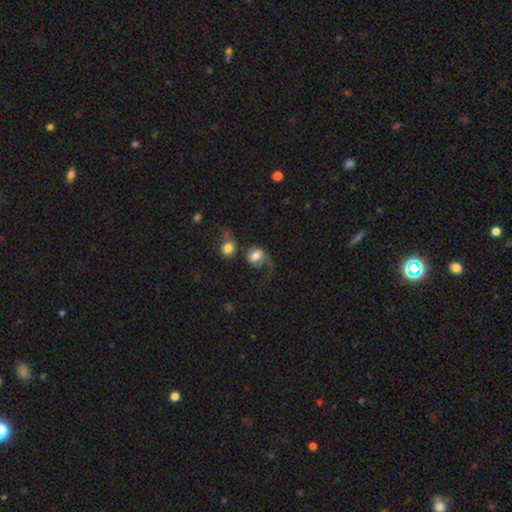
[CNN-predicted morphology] Q: Smooth or featured?
A: smooth (57%); runner-up: featured or disk (34%)
Q: How rounded?
A: round (59%); runner-up: in between (39%)
Q: Merging?
A: major disturbance (33%); runner-up: merger (28%)